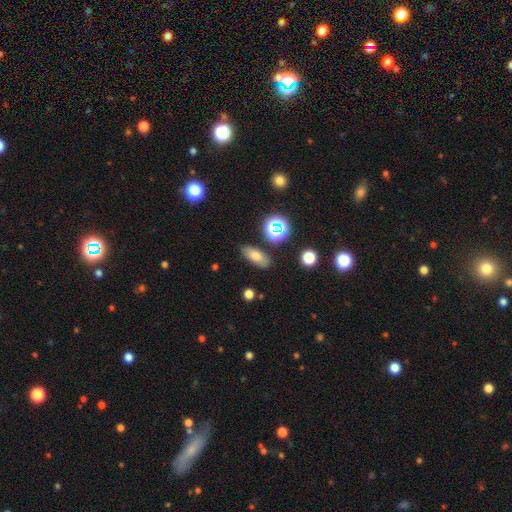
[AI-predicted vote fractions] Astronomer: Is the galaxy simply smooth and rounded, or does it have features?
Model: smooth — 70%.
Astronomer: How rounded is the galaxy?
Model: in between — 77%.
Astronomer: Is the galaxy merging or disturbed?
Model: none — 84%.